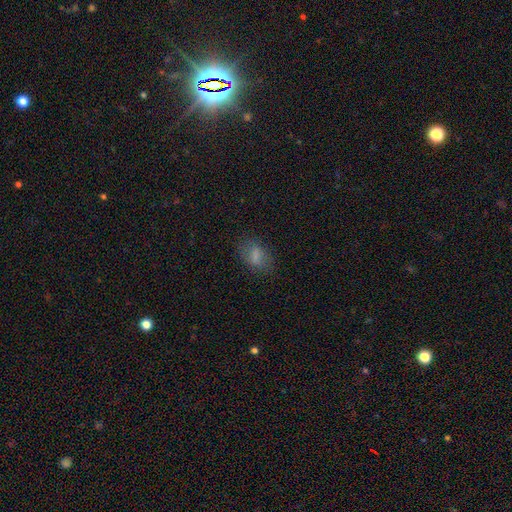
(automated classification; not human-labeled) Morphology: type=smooth (73%); roundness=in between (84%); merging=none (74%).